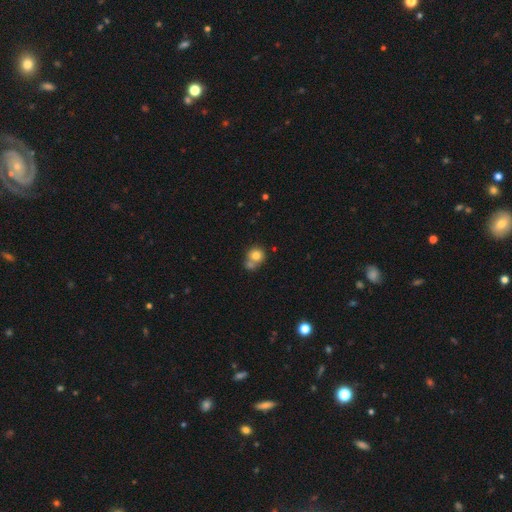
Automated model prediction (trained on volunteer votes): This appears to be a smooth galaxy with no disk features (79%) that is round (83%). Merging: none (45%).